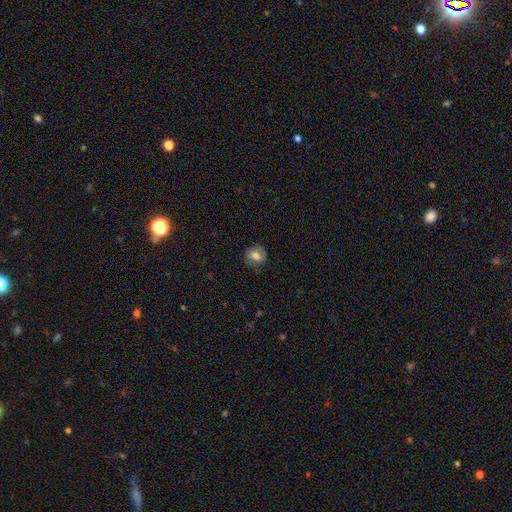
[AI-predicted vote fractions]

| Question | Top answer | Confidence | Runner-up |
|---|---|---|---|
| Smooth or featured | smooth | 70% | featured or disk (21%) |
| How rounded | round | 67% | in between (32%) |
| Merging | none | 79% | minor disturbance (15%) |